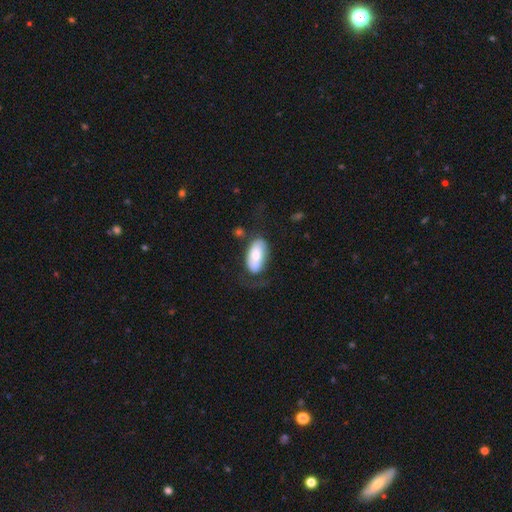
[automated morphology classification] The model was most divided on "merging": none: 49%, minor disturbance: 25%, major disturbance: 22%, merger: 4%. More confident: how rounded — in between (92%); smooth or featured — smooth (61%).